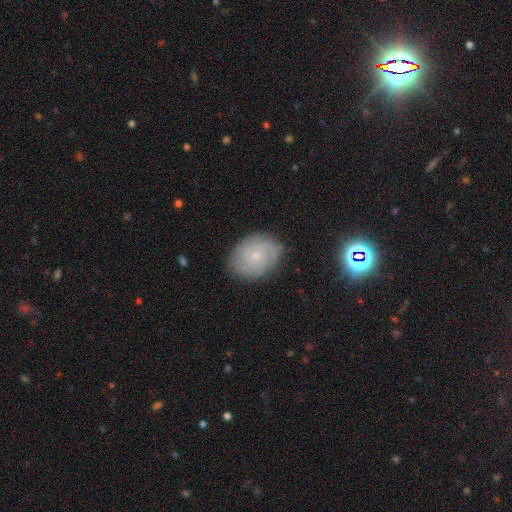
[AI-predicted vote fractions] Q: Smooth or featured?
A: featured or disk (70%); runner-up: smooth (21%)
Q: Edge-on disk?
A: no (97%); runner-up: yes (3%)
Q: Bar?
A: no (74%); runner-up: weak (23%)
Q: Spiral arms?
A: yes (93%); runner-up: no (7%)
Q: Spiral winding?
A: tight (70%); runner-up: medium (25%)
Q: Spiral arm count?
A: 2 (32%); runner-up: can't tell (31%)
Q: Bulge size?
A: small (81%); runner-up: moderate (14%)
Q: Merging?
A: none (82%); runner-up: minor disturbance (13%)